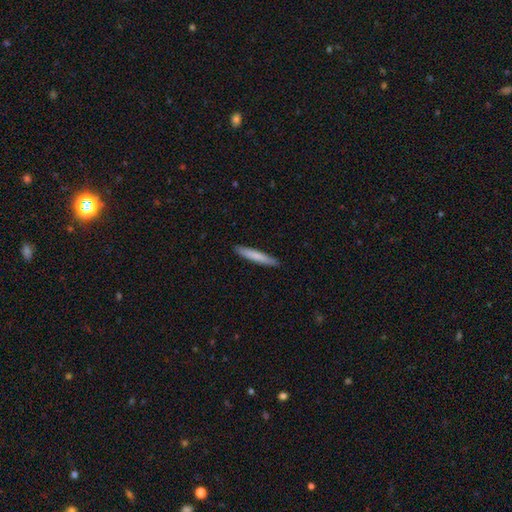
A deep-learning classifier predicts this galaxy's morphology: The model was most divided on "smooth or featured": smooth: 79%, featured or disk: 16%, star or artifact: 5%. More confident: how rounded — cigar-shaped (94%); merging — none (91%).